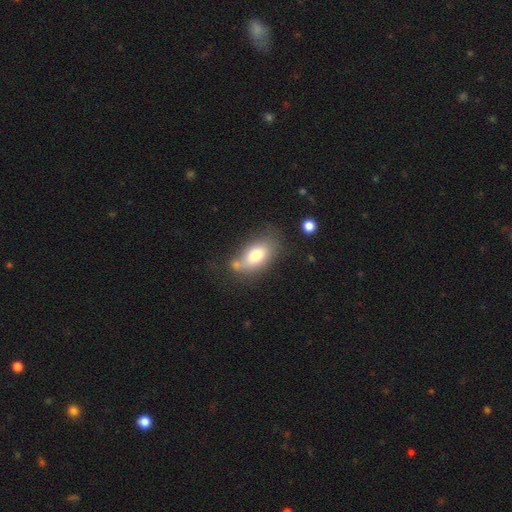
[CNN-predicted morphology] This is likely a smooth galaxy (75%). How rounded: clearly in between (90%). Merging: possibly none (52%).